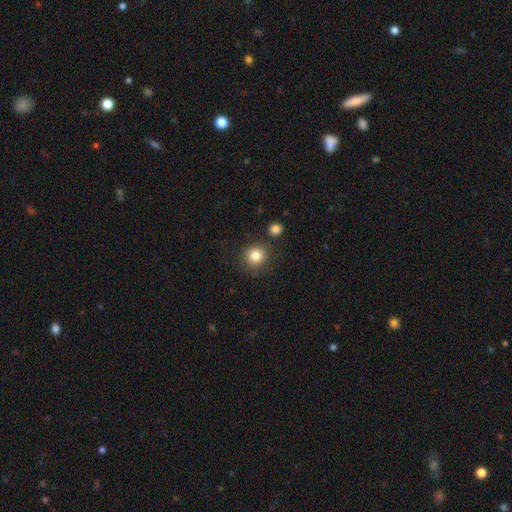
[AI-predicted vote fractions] Smooth or featured?
  - smooth: 84% *
  - star or artifact: 11%
  - featured or disk: 6%
How rounded?
  - round: 91% *
  - in between: 8%
  - cigar-shaped: 1%
Merging?
  - none: 83% *
  - minor disturbance: 9%
  - merger: 5%
  - major disturbance: 3%